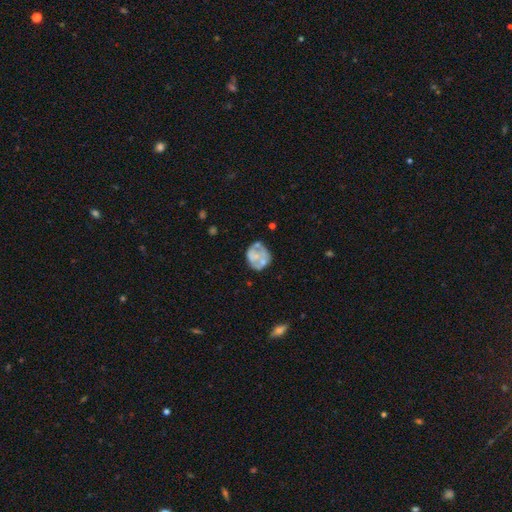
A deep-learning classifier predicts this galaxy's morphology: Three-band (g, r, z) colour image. It shows a featured or disk galaxy (53%) with no bar (91%), no spiral arms (86%) and no central bulge (43%). Merging: none (48%).